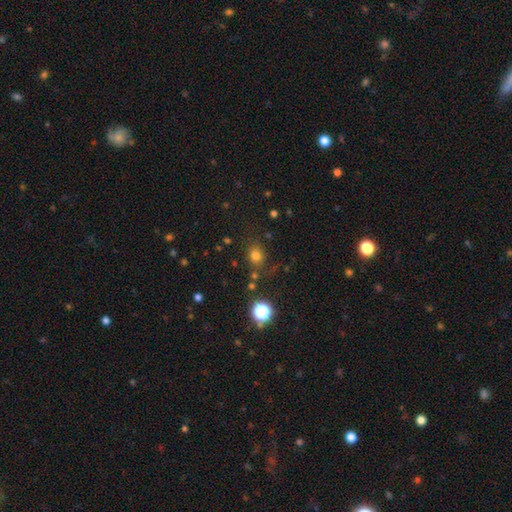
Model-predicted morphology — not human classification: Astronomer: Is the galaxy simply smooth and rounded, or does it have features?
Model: smooth — 73%.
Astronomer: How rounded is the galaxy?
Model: round — 75%.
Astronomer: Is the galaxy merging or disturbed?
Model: none — 77%.